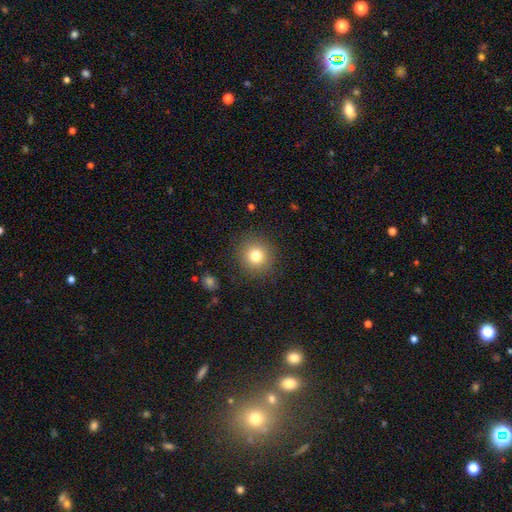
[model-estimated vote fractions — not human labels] Smooth or featured: smooth — 78% (star or artifact — 13%)
How rounded: round — 92% (in between — 7%)
Merging: none — 89% (minor disturbance — 7%)